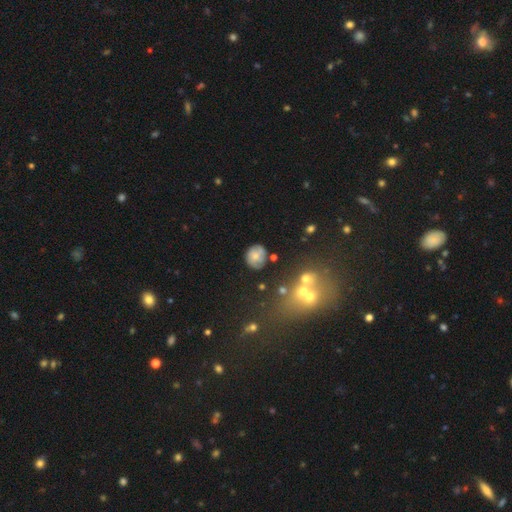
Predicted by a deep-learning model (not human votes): smooth-or-featured: smooth: 59% | featured or disk: 32% | star or artifact: 10%
  how-rounded: round: 71% | in between: 28% | cigar-shaped: 1%
  merging: none: 69% | minor disturbance: 21% | major disturbance: 6% | merger: 4%